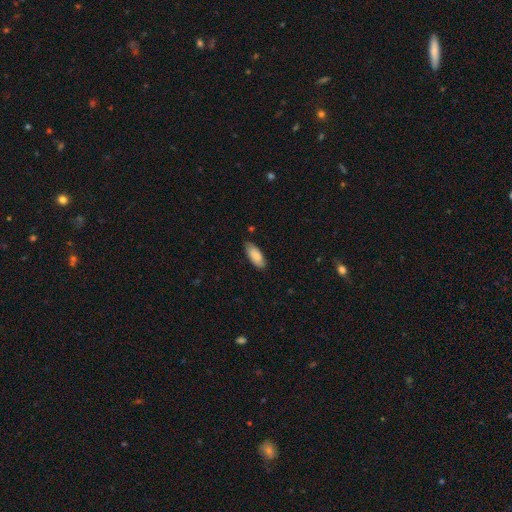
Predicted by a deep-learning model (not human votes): A smooth galaxy with no disk features (85%) that is in between round and cigar-shaped (83%).

Vote fractions:
- Smooth or featured? smooth: 85% / featured or disk: 9% / star or artifact: 6%
- How rounded? in between: 83% / cigar-shaped: 16% / round: 2%
- Merging? none: 80% / minor disturbance: 16% / major disturbance: 2% / merger: 1%